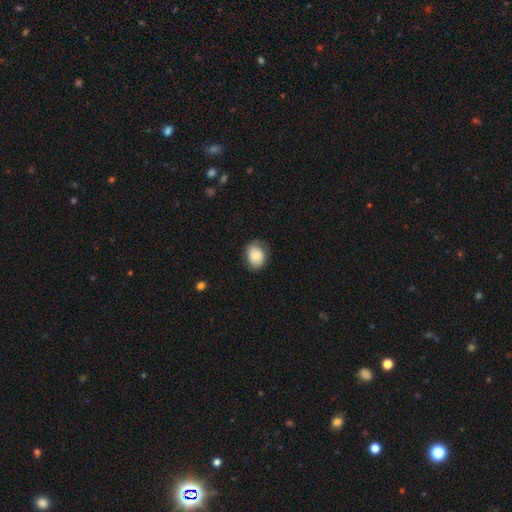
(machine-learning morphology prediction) A smooth galaxy with no disk features (72%) that is in between round and cigar-shaped (60%).

Vote fractions:
- Smooth or featured? smooth: 72% / featured or disk: 21% / star or artifact: 7%
- How rounded? in between: 60% / round: 39% / cigar-shaped: 1%
- Merging? none: 72% / minor disturbance: 21% / major disturbance: 6% / merger: 1%